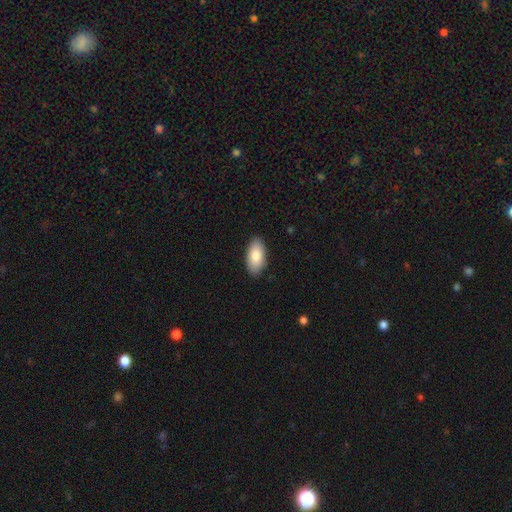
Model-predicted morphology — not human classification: Smooth or featured?
  - smooth: 84% *
  - featured or disk: 10%
  - star or artifact: 6%
How rounded?
  - in between: 94% *
  - cigar-shaped: 4%
  - round: 2%
Merging?
  - none: 89% *
  - minor disturbance: 8%
  - major disturbance: 2%
  - merger: 1%